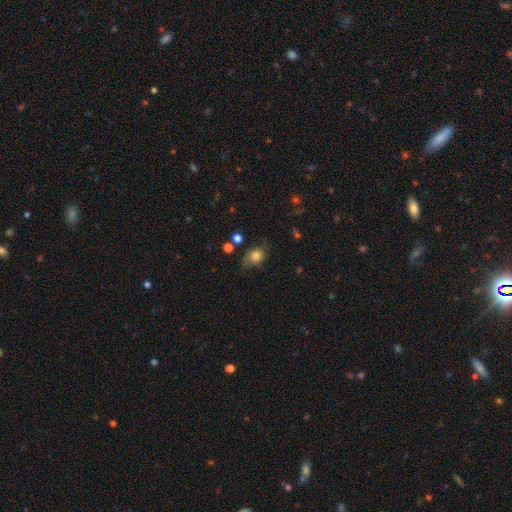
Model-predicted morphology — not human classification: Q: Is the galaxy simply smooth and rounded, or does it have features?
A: smooth — 74%.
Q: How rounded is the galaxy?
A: in between — 56%.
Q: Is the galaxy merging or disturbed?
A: none — 54%.